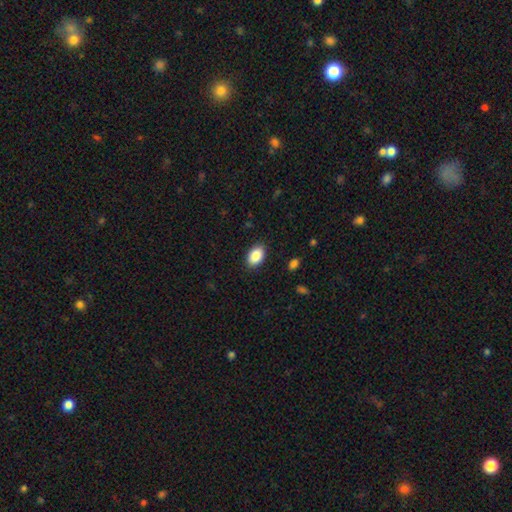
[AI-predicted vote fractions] smooth-or-featured: smooth: 89% | star or artifact: 7% | featured or disk: 4%
  how-rounded: in between: 90% | round: 9% | cigar-shaped: 1%
  merging: none: 88% | minor disturbance: 9% | major disturbance: 2% | merger: 1%